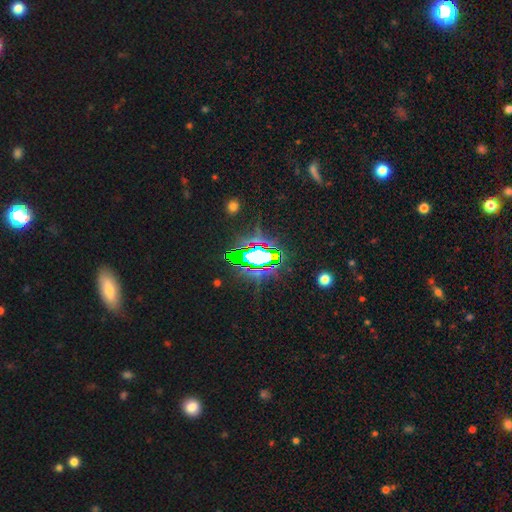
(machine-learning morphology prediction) Smooth or featured? star or artifact (69%)